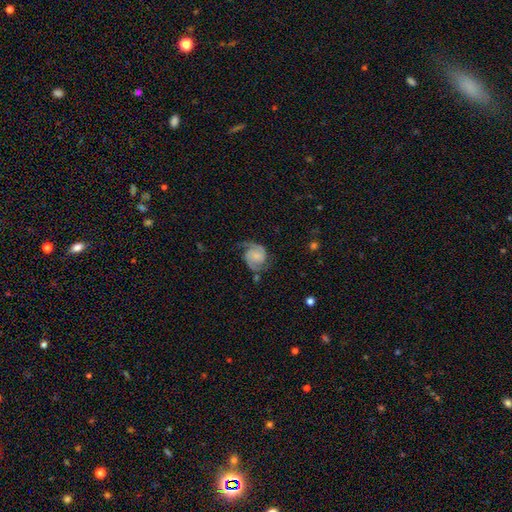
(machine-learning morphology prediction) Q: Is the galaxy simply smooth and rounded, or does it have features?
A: featured or disk — 84%.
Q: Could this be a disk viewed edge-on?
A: no — 98%.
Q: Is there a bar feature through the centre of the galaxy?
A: no — 66%.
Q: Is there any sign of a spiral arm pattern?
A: yes — 97%.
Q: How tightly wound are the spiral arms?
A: medium — 50%.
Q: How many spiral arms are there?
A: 2 — 92%.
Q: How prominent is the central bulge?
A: small — 46%.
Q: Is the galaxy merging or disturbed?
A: none — 69%.